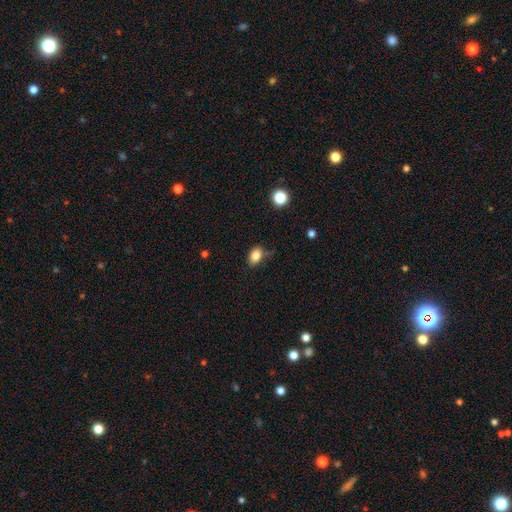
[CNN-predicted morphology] Smooth or featured: smooth — 84% (star or artifact — 10%)
How rounded: in between — 76% (round — 23%)
Merging: none — 67% (minor disturbance — 24%)